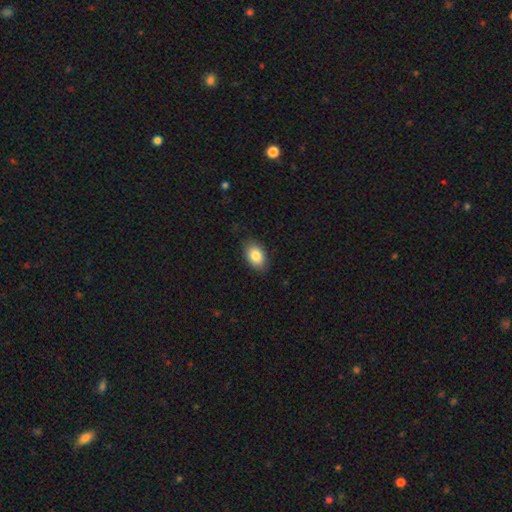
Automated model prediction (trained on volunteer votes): Morphology: type=smooth (85%); roundness=in between (89%); merging=none (86%).